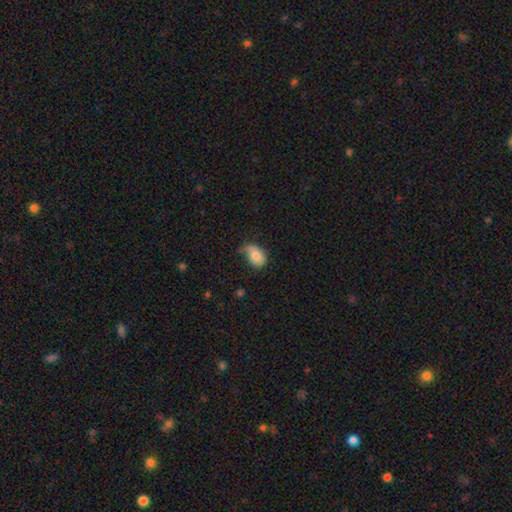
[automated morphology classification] smooth_or_featured: smooth (p=0.76) [alt: featured or disk p=0.16]
how_rounded: in between (p=0.82) [alt: round p=0.16]
merging: minor disturbance (p=0.42) [alt: none p=0.39]